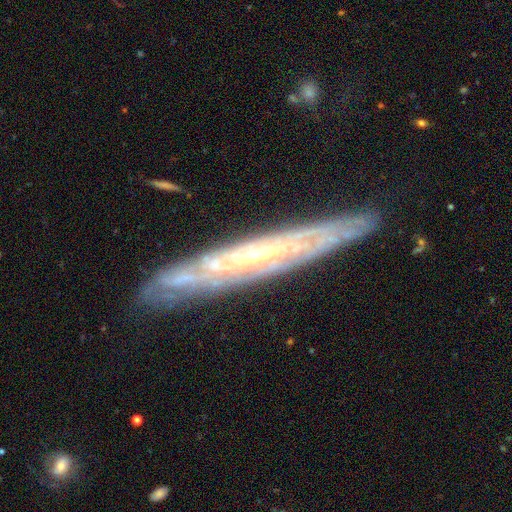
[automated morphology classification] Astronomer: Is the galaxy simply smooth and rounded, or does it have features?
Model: featured or disk — 83%.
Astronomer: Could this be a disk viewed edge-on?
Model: yes — 59% (runner-up: no, 41%).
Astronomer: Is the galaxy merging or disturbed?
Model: none — 82%.